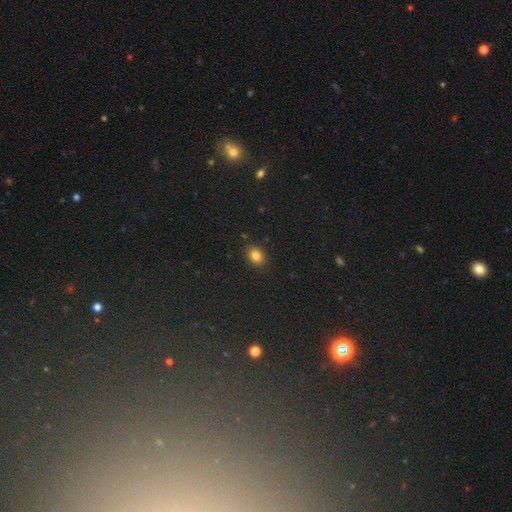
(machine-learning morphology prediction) This is clearly a smooth galaxy (83%). How rounded: possibly in between (58%). Merging: clearly none (88%).